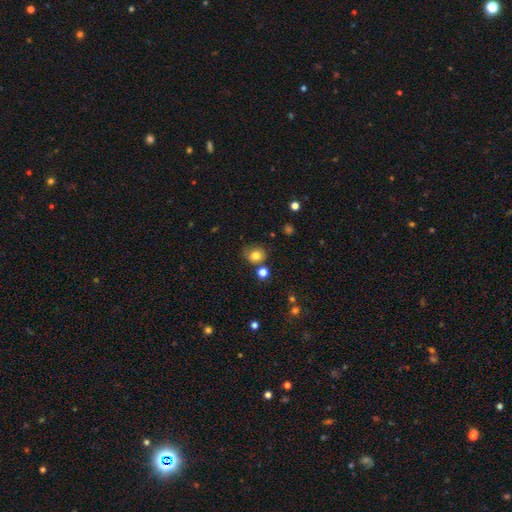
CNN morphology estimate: Smooth or featured?
  - smooth: 80% *
  - star or artifact: 12%
  - featured or disk: 8%
How rounded?
  - round: 68% *
  - in between: 31%
  - cigar-shaped: 1%
Merging?
  - none: 65% *
  - minor disturbance: 18%
  - merger: 11%
  - major disturbance: 6%